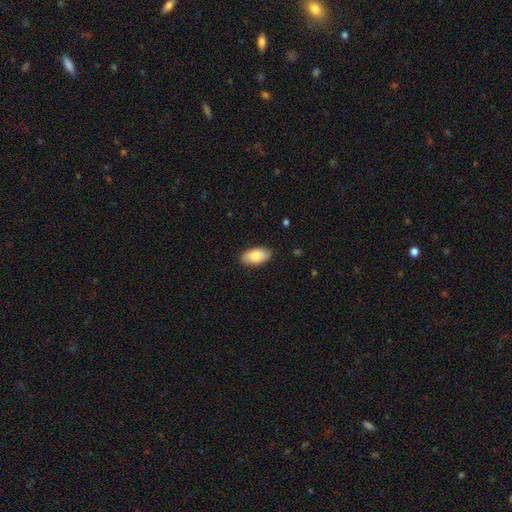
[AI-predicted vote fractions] The model was most divided on "smooth or featured": smooth: 82%, featured or disk: 12%, star or artifact: 6%. More confident: how rounded — in between (95%); merging — none (87%).